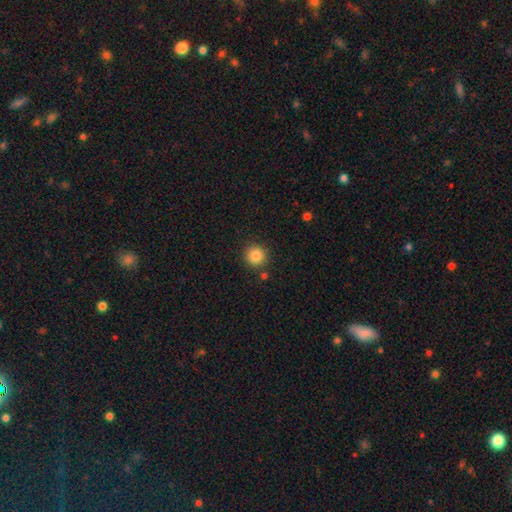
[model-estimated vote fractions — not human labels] smooth 85%, star or artifact 10%, featured or disk 5%. Down the decision tree: how rounded — round (94%); merging — none (88%).